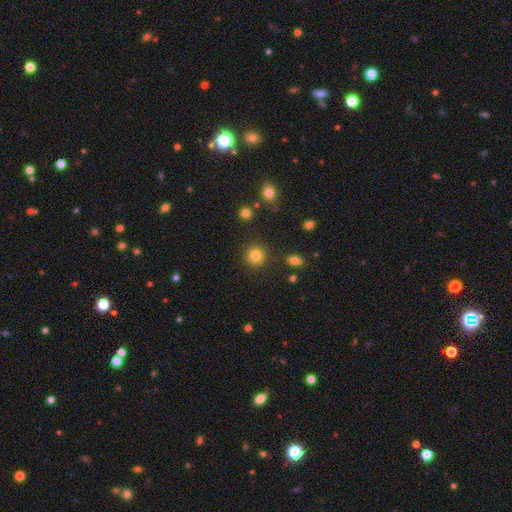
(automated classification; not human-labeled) Smooth or featured?
  - smooth: 84% *
  - star or artifact: 11%
  - featured or disk: 5%
How rounded?
  - round: 93% *
  - in between: 6%
  - cigar-shaped: 1%
Merging?
  - none: 90% *
  - minor disturbance: 6%
  - major disturbance: 2%
  - merger: 2%